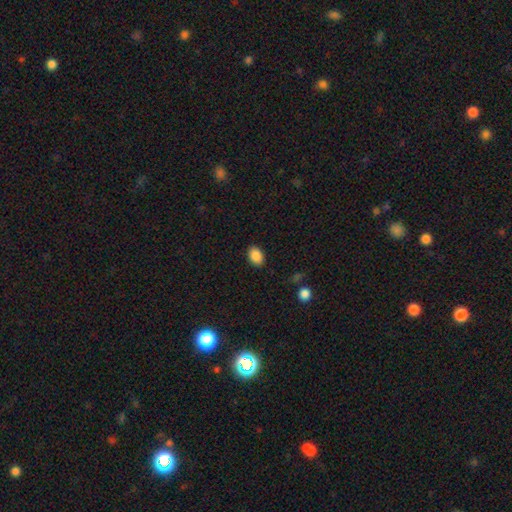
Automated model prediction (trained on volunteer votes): Smooth or featured: smooth — 88% (star or artifact — 8%)
How rounded: in between — 82% (round — 17%)
Merging: none — 88% (minor disturbance — 8%)